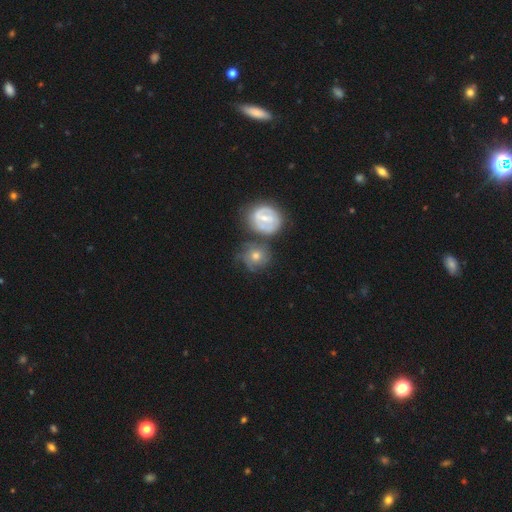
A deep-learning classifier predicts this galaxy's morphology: A featured or disk galaxy (53%) with no bar (64%), spiral arms (73%) and a moderate central bulge (62%). Merging: none (55%).